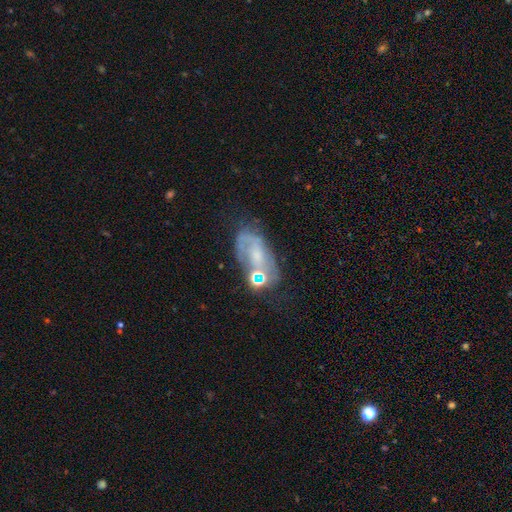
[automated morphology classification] A featured or disk galaxy (63%) with no bar (63%), spiral arms (65%) and a small central bulge (44%).

Vote fractions:
- Smooth or featured? featured or disk: 63% / smooth: 24% / star or artifact: 13%
- Edge-on disk? no: 94% / yes: 6%
- Bar? no: 63% / weak: 28% / strong: 9%
- Spiral arms? yes: 65% / no: 35%
- Bulge size? small: 44% / moderate: 34% / none: 14% / large: 5% / dominant: 2%
- Merging? merger: 36% / none: 33% / major disturbance: 16% / minor disturbance: 15%